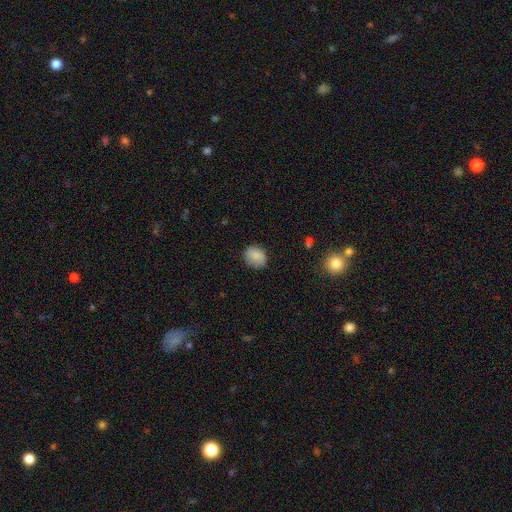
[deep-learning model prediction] This is clearly a smooth galaxy (83%). How rounded: likely round (68%). Merging: clearly none (83%).